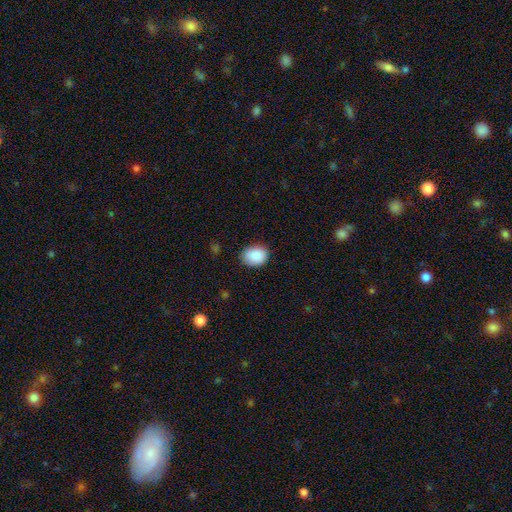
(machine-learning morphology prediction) smooth_or_featured: smooth (p=0.89) [alt: star or artifact p=0.07]
how_rounded: in between (p=0.56) [alt: round p=0.43]
merging: none (p=0.83) [alt: minor disturbance p=0.13]